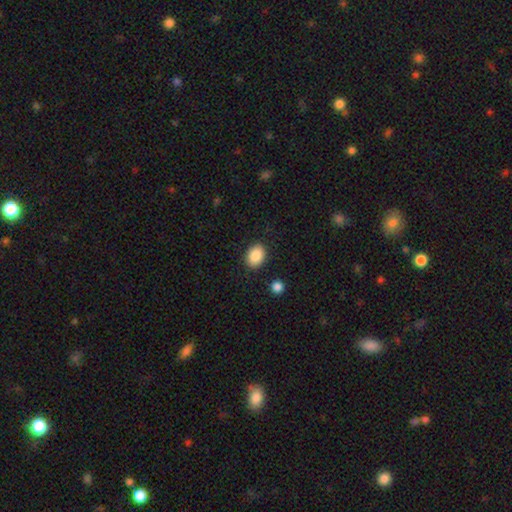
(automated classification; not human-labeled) A smooth galaxy with no disk features (88%) that is in between round and cigar-shaped (71%). Merging: none (87%).